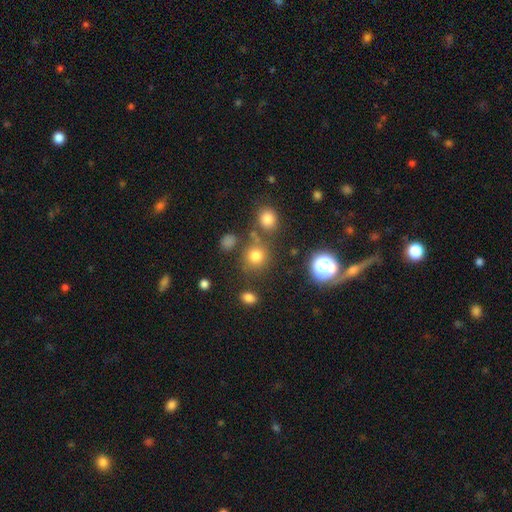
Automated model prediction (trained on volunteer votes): A smooth galaxy with no disk features (74%) that is round (88%). Merging: none (72%).